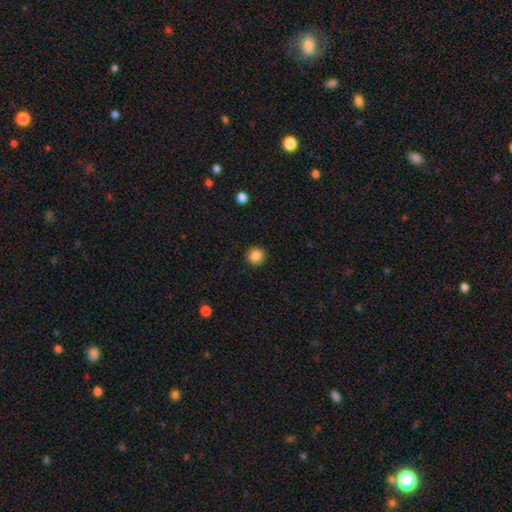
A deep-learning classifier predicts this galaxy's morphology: A smooth galaxy with no disk features (86%) that is round (90%). Merging: none (91%).